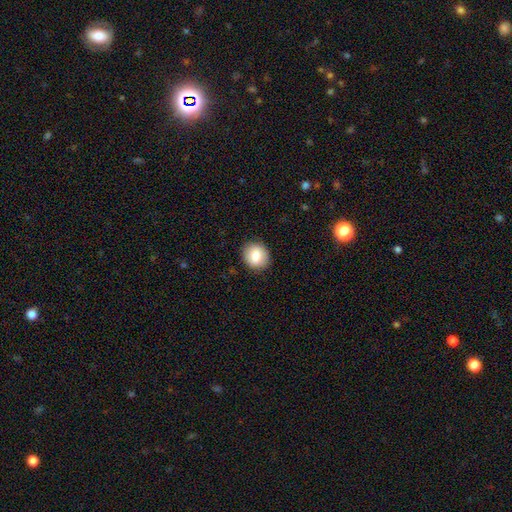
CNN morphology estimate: Smooth or featured? smooth (82%)
How rounded? round (76%)
Merging? none (89%)